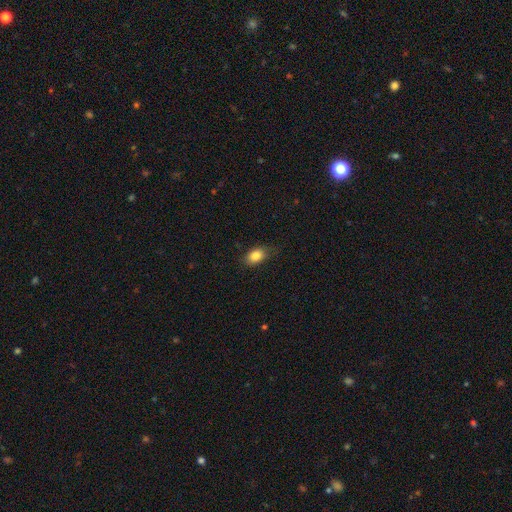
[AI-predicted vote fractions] Smooth or featured?
  - smooth: 84% *
  - star or artifact: 9%
  - featured or disk: 7%
How rounded?
  - in between: 82% *
  - round: 15%
  - cigar-shaped: 2%
Merging?
  - none: 76% *
  - minor disturbance: 19%
  - major disturbance: 4%
  - merger: 1%